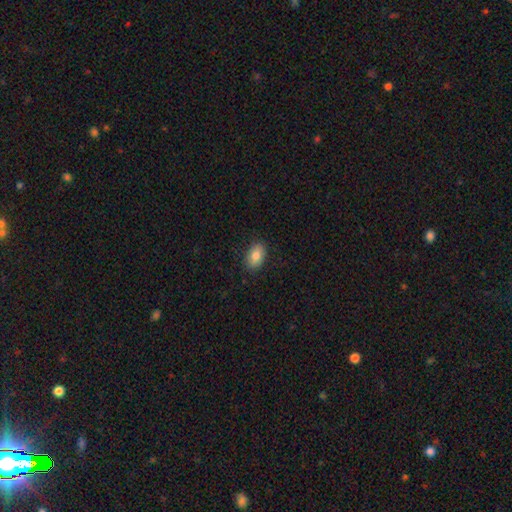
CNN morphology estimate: Q: Smooth or featured?
A: smooth (82%); runner-up: featured or disk (11%)
Q: How rounded?
A: in between (90%); runner-up: round (8%)
Q: Merging?
A: none (87%); runner-up: minor disturbance (10%)